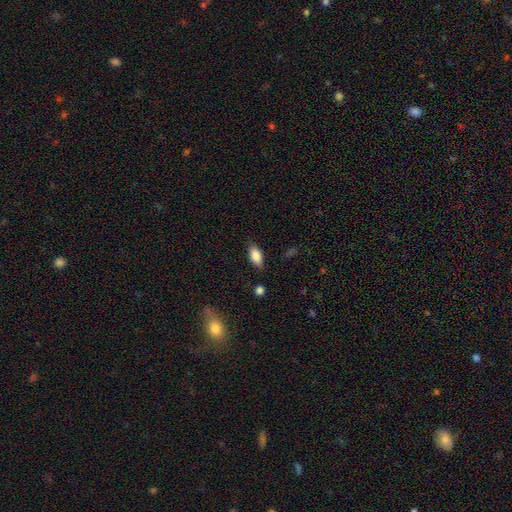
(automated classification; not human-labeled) This appears to be a smooth galaxy with no disk features (84%) that is in between round and cigar-shaped (87%). Merging: none (83%).